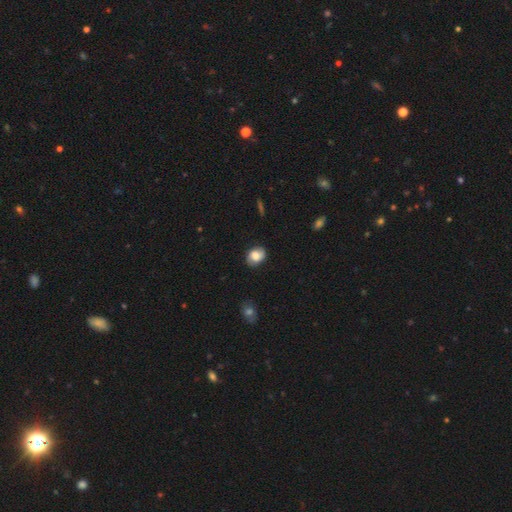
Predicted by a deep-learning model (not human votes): smooth_or_featured: smooth (p=0.71) [alt: featured or disk p=0.20]
how_rounded: in between (p=0.59) [alt: round p=0.40]
merging: none (p=0.81) [alt: minor disturbance p=0.15]